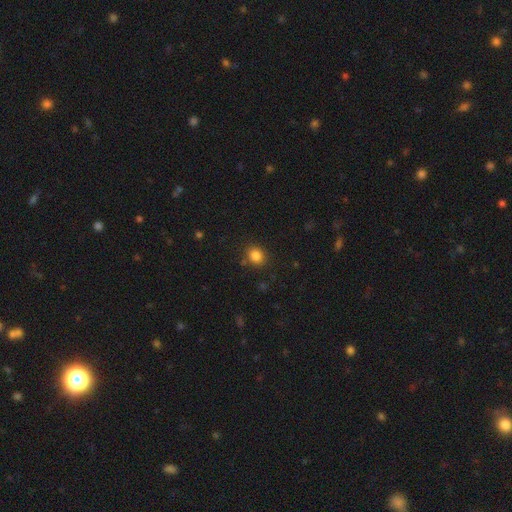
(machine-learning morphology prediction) smooth 84%, star or artifact 12%, featured or disk 5%. Down the decision tree: how rounded — round (72%); merging — none (84%).